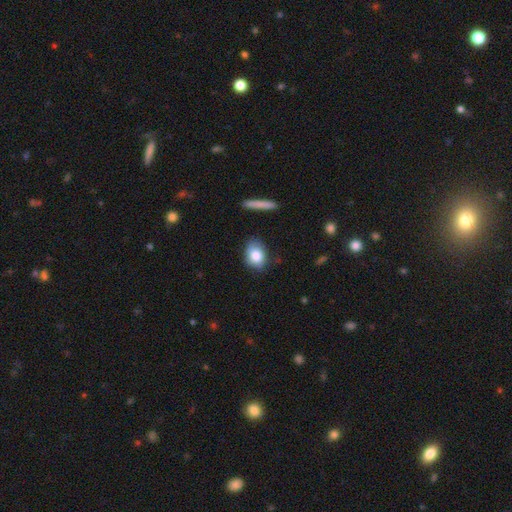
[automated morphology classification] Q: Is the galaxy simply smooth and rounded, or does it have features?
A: smooth — 82%.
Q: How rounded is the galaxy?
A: in between — 67%.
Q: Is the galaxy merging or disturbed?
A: none — 73%.